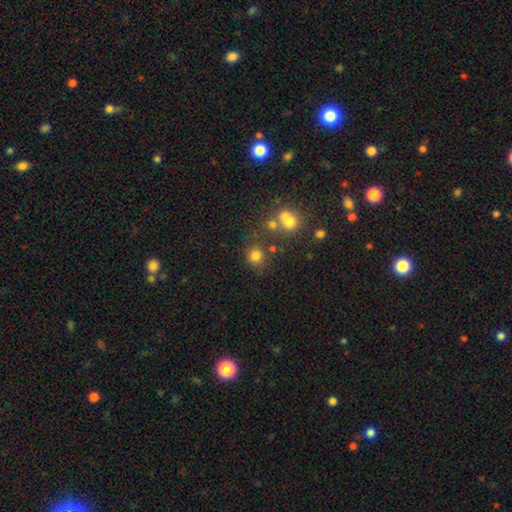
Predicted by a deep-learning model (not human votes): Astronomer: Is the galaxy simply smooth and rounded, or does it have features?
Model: smooth — 77%.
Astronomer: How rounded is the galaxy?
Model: round — 89%.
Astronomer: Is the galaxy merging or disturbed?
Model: none — 74%.